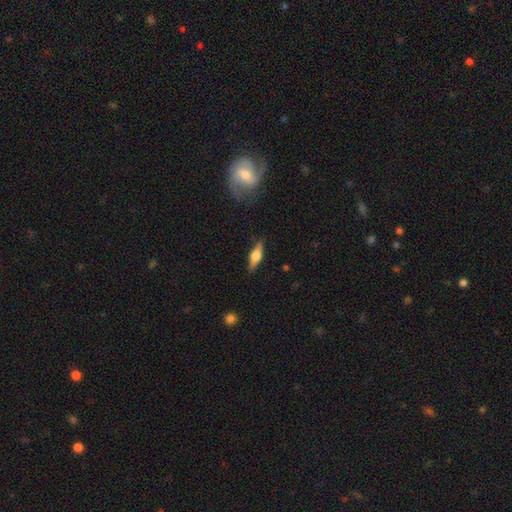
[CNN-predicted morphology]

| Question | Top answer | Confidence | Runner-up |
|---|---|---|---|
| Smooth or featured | featured or disk | 56% | smooth (38%) |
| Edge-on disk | yes | 94% | no (6%) |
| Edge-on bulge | rounded | 90% | boxy (8%) |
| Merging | none | 85% | minor disturbance (11%) |